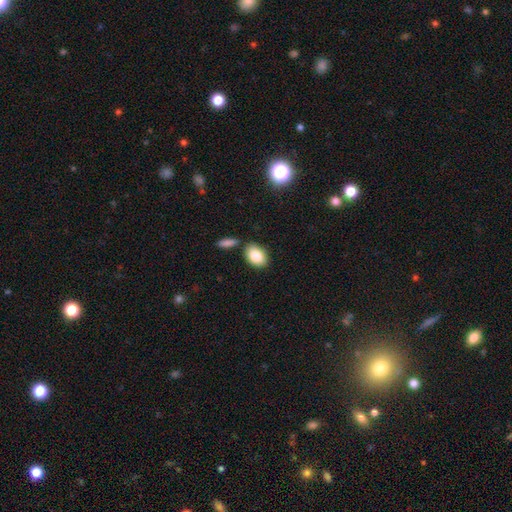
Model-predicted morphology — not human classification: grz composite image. It shows a smooth galaxy with no disk features (86%) that is in between round and cigar-shaped (88%). Merging: none (74%).